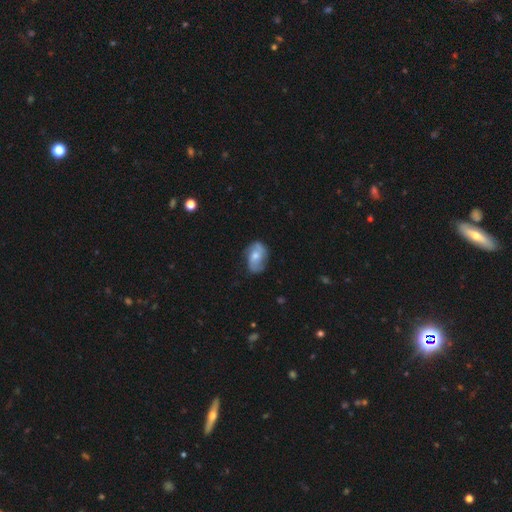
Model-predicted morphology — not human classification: Smooth or featured?
  - featured or disk: 53% *
  - smooth: 40%
  - star or artifact: 7%
Edge-on disk?
  - no: 95% *
  - yes: 5%
Bar?
  - no: 63% *
  - weak: 29%
  - strong: 8%
Spiral arms?
  - yes: 80% *
  - no: 20%
Bulge size?
  - moderate: 60% *
  - small: 31%
  - large: 5%
  - none: 3%
  - dominant: 1%
Merging?
  - none: 68% *
  - minor disturbance: 24%
  - major disturbance: 7%
  - merger: 2%